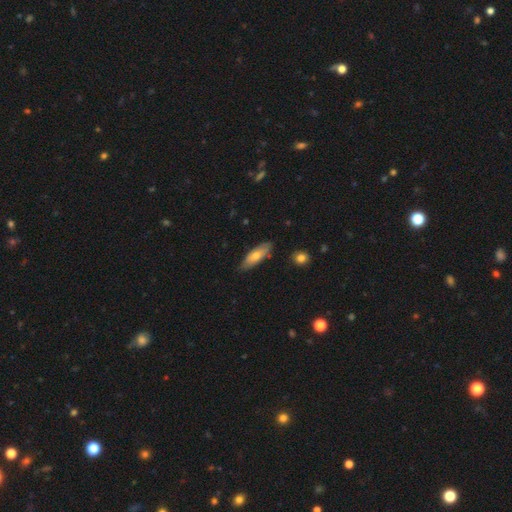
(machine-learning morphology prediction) smooth_or_featured: smooth (p=0.61) [alt: featured or disk p=0.33]
how_rounded: in between (p=0.61) [alt: cigar-shaped p=0.37]
merging: none (p=0.77) [alt: minor disturbance p=0.18]